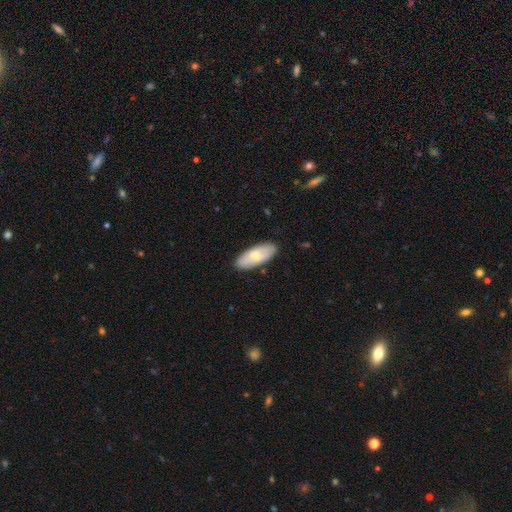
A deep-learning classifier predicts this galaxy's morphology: This appears to be a smooth galaxy with no disk features (66%) that is in between round and cigar-shaped (82%). Merging: none (87%).